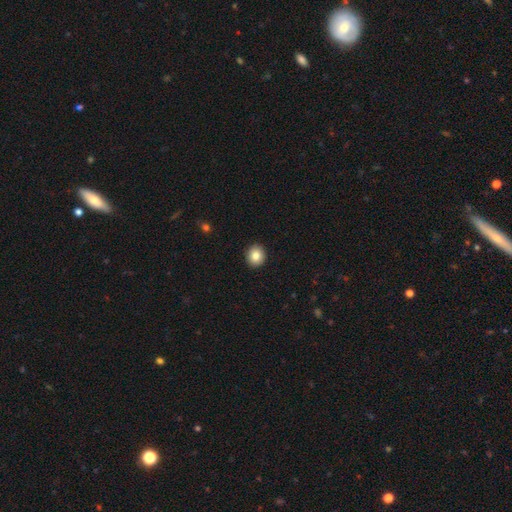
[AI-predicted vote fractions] Smooth or featured: smooth — 84% (star or artifact — 9%)
How rounded: round — 84% (in between — 15%)
Merging: none — 92% (minor disturbance — 5%)